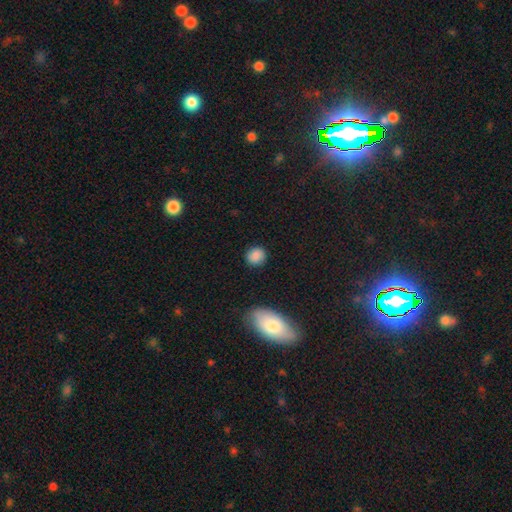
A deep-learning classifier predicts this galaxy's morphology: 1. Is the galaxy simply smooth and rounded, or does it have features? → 86% smooth, 10% star or artifact, 4% featured or disk.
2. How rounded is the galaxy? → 81% round, 18% in between, 1% cigar-shaped.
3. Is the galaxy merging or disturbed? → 87% none, 9% minor disturbance, 2% major disturbance, 1% merger.